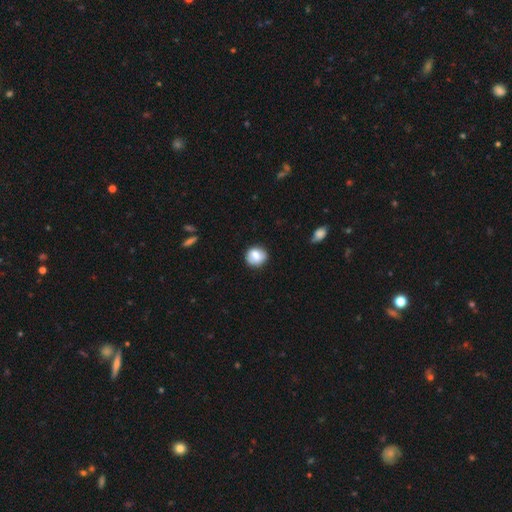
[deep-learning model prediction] Overall: smooth (77%). How rounded: round (80%). Merging: none (80%).